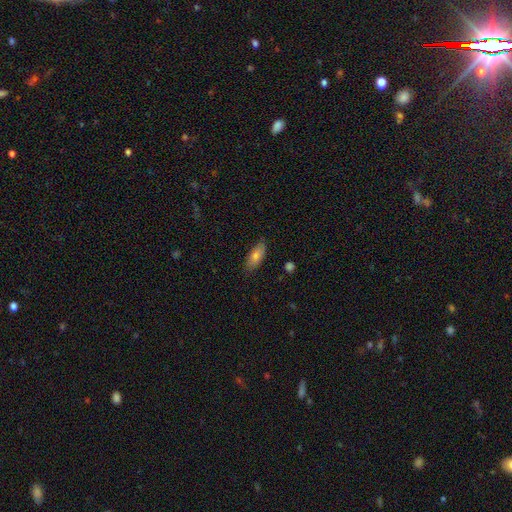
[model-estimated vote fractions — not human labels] This appears to be a smooth galaxy with no disk features (74%) that is in between round and cigar-shaped (76%). Merging: none (83%).